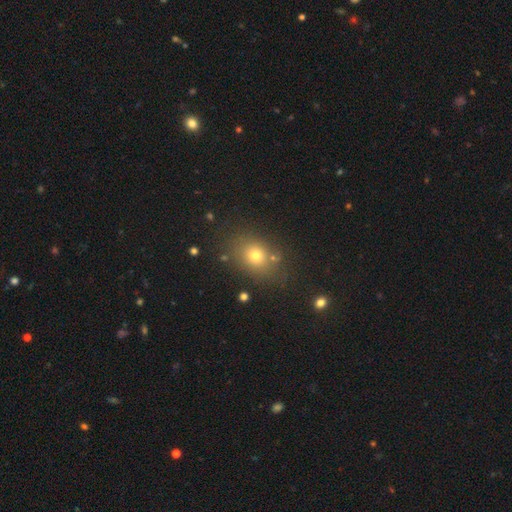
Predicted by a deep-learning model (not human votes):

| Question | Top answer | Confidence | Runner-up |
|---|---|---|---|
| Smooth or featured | smooth | 70% | star or artifact (19%) |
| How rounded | round | 52% | in between (47%) |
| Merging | none | 79% | minor disturbance (11%) |